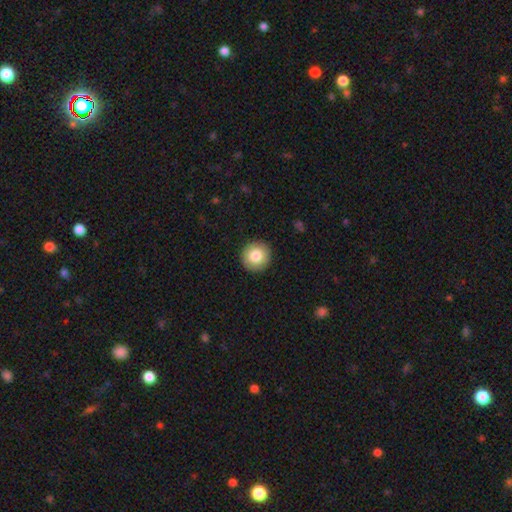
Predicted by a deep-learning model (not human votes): The model was most divided on "smooth or featured": smooth: 82%, featured or disk: 10%, star or artifact: 8%. More confident: how rounded — round (95%); merging — none (92%).